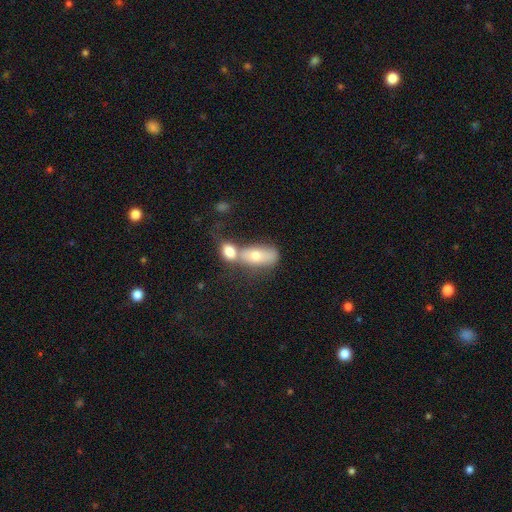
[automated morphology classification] The model was most divided on "merging": merger: 61%, none: 22%, minor disturbance: 9%, major disturbance: 7%. More confident: how rounded — in between (82%); smooth or featured — smooth (66%).